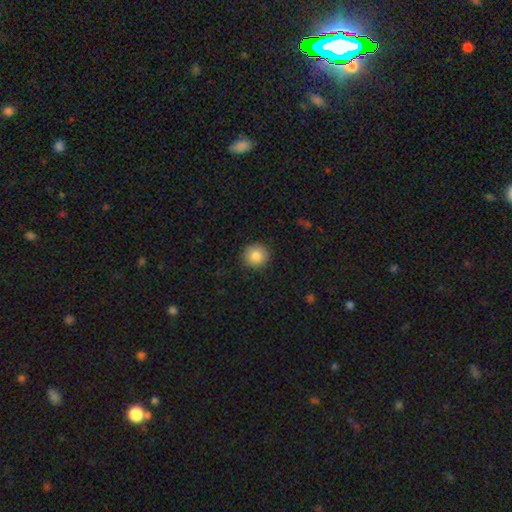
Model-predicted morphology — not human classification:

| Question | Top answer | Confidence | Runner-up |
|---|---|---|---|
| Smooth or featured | smooth | 85% | star or artifact (9%) |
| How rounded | round | 93% | in between (6%) |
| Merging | none | 91% | minor disturbance (6%) |